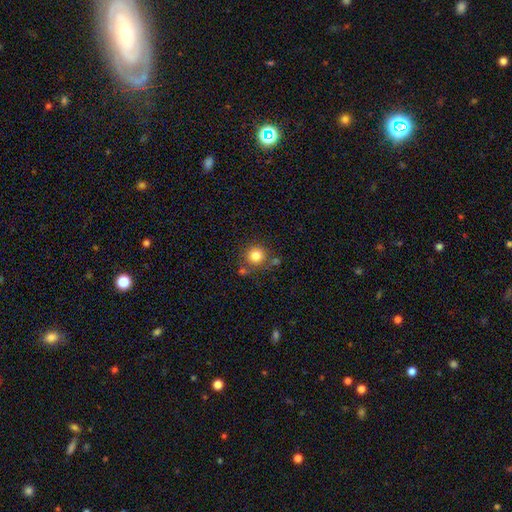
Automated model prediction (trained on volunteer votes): Overall: smooth (83%). How rounded: round (94%). Merging: none (74%).